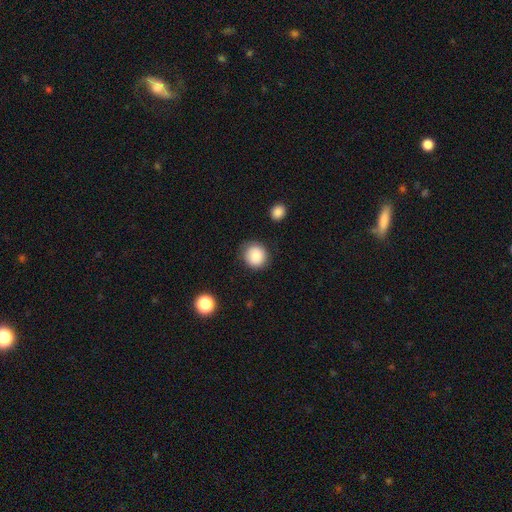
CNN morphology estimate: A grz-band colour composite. It shows a smooth galaxy with no disk features (87%) that is round (89%). Merging: none (85%).